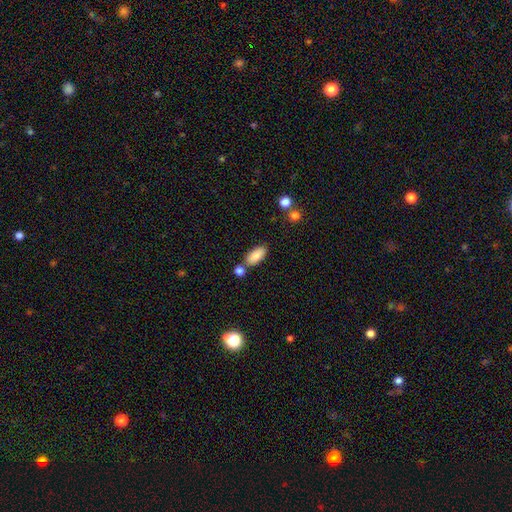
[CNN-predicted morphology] Smooth or featured: smooth — 85% (featured or disk — 8%)
How rounded: in between — 88% (cigar-shaped — 10%)
Merging: none — 70% (merger — 15%)